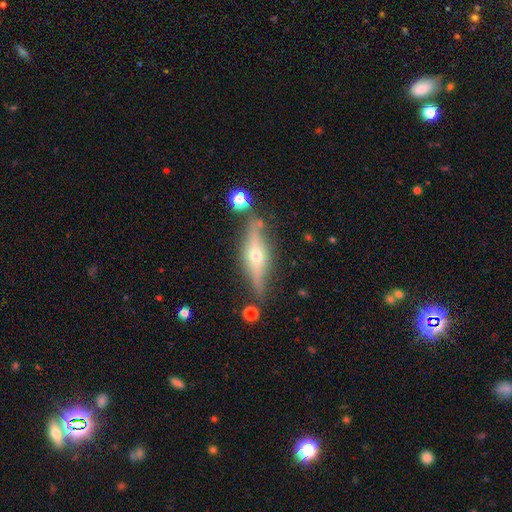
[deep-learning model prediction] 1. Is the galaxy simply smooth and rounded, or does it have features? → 72% featured or disk, 21% smooth, 7% star or artifact.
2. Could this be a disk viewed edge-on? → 93% yes, 7% no.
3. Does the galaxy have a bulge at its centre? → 92% rounded, 4% boxy, 3% none.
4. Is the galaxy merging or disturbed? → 78% none, 14% minor disturbance, 4% merger, 4% major disturbance.